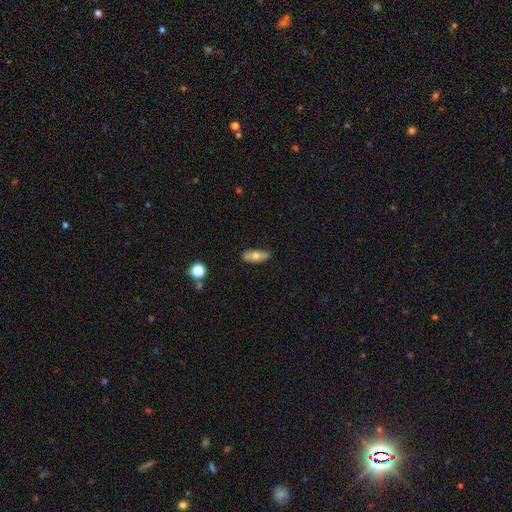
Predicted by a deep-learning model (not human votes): Smooth or featured: smooth — 61% (featured or disk — 31%)
How rounded: in between — 75% (cigar-shaped — 21%)
Merging: none — 80% (minor disturbance — 15%)